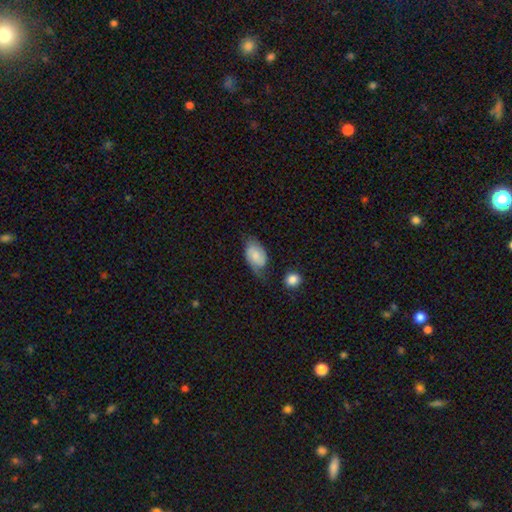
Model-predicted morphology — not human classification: type=smooth (57%); roundness=in between (90%); merging=none (48%).